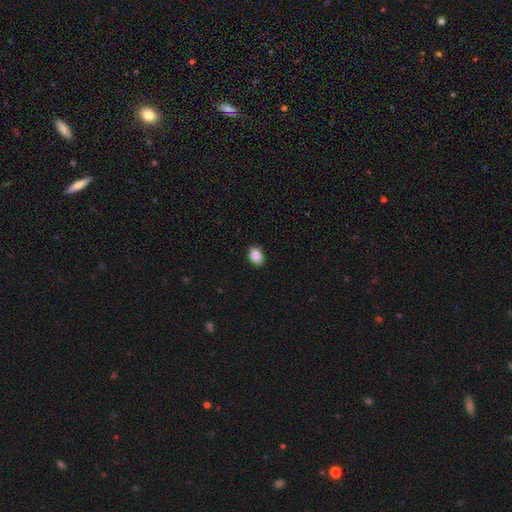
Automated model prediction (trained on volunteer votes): Morphology: type=smooth (89%); roundness=in between (81%); merging=none (90%).